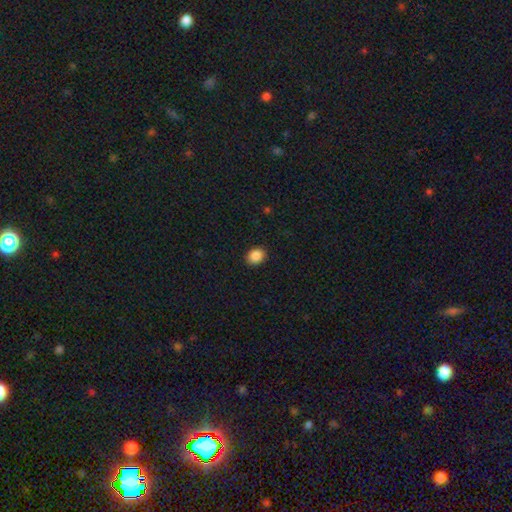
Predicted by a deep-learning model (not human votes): This appears to be a smooth galaxy with no disk features (88%) that is round (55%). Merging: none (89%).